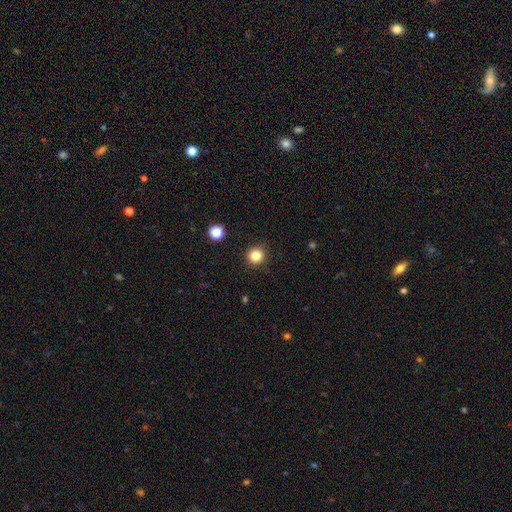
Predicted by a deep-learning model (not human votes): Smooth or featured? smooth (83%)
How rounded? round (93%)
Merging? none (92%)